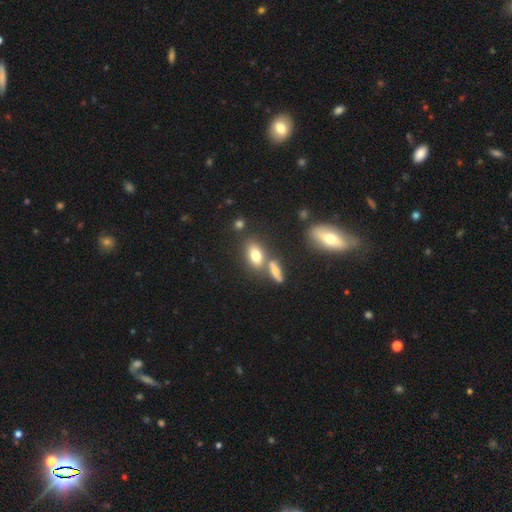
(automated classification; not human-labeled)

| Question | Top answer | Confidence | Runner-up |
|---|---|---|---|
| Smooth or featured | smooth | 72% | featured or disk (17%) |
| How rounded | in between | 80% | round (11%) |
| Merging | none | 56% | merger (28%) |